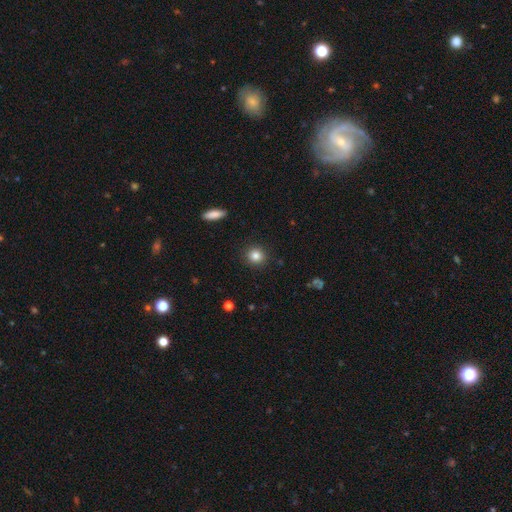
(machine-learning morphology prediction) Smooth or featured: smooth — 83% (star or artifact — 11%)
How rounded: round — 90% (in between — 9%)
Merging: none — 91% (minor disturbance — 6%)